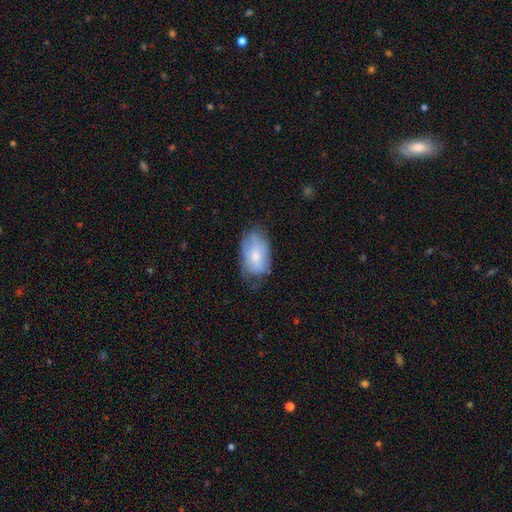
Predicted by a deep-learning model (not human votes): This appears to be a smooth galaxy with no disk features (64%) that is in between round and cigar-shaped (93%). Merging: none (53%).